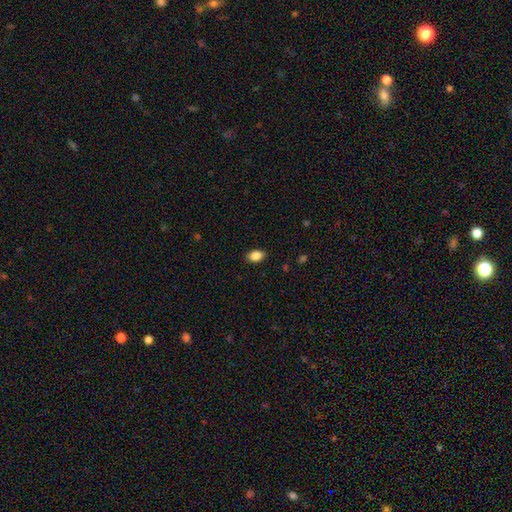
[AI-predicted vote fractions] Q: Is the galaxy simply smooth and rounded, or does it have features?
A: smooth — 87%.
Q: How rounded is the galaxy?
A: in between — 84%.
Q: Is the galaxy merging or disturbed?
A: none — 87%.